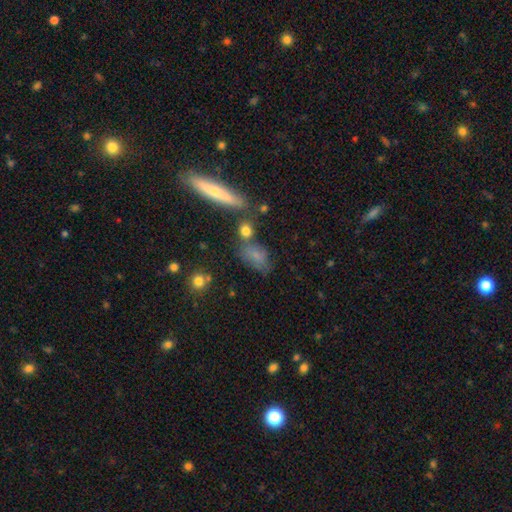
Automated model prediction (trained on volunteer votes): Smooth or featured: smooth — 68% (featured or disk — 18%)
How rounded: in between — 73% (round — 16%)
Merging: none — 50% (minor disturbance — 22%)